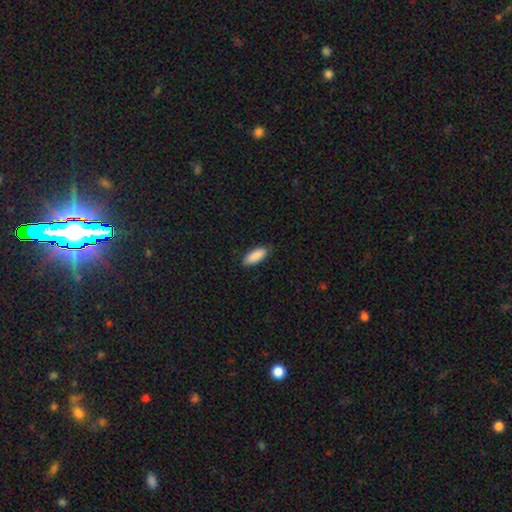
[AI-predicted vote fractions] This appears to be a smooth galaxy with no disk features (90%) that is in between round and cigar-shaped (76%). Merging: none (85%).